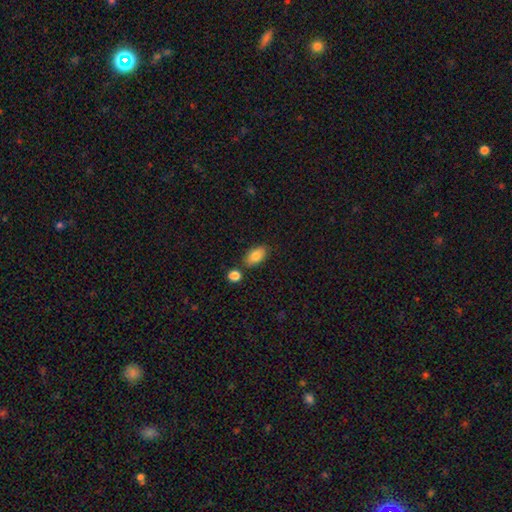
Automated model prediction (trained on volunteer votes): A smooth galaxy with no disk features (84%) that is in between round and cigar-shaped (92%).

Vote fractions:
- Smooth or featured? smooth: 84% / featured or disk: 8% / star or artifact: 7%
- How rounded? in between: 92% / round: 6% / cigar-shaped: 2%
- Merging? none: 78% / minor disturbance: 11% / merger: 8% / major disturbance: 3%